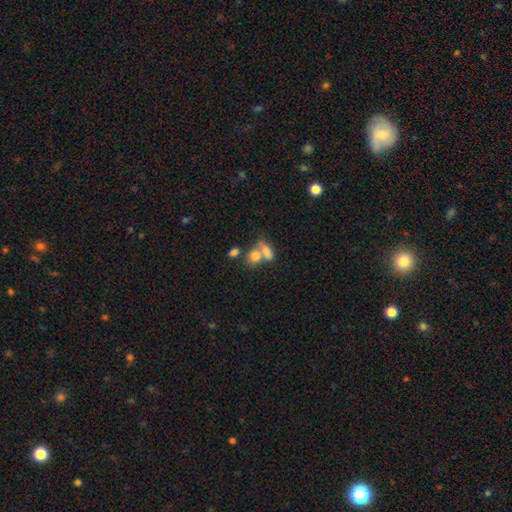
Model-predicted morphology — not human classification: The model was most divided on "how rounded": in between: 52%, round: 44%, cigar-shaped: 5%. More confident: smooth or featured — smooth (78%); merging — merger (51%).